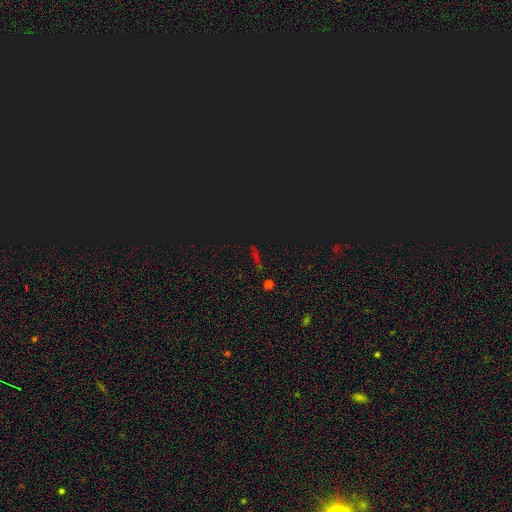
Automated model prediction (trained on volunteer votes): Smooth or featured? star or artifact (67%)